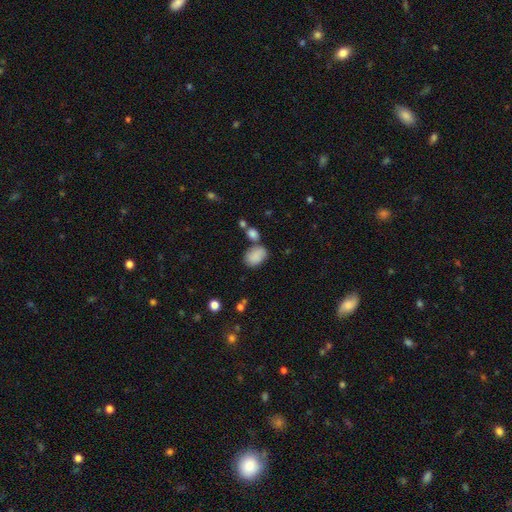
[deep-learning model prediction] Q: Smooth or featured?
A: smooth (84%); runner-up: star or artifact (9%)
Q: How rounded?
A: in between (83%); runner-up: round (16%)
Q: Merging?
A: none (56%); runner-up: minor disturbance (21%)